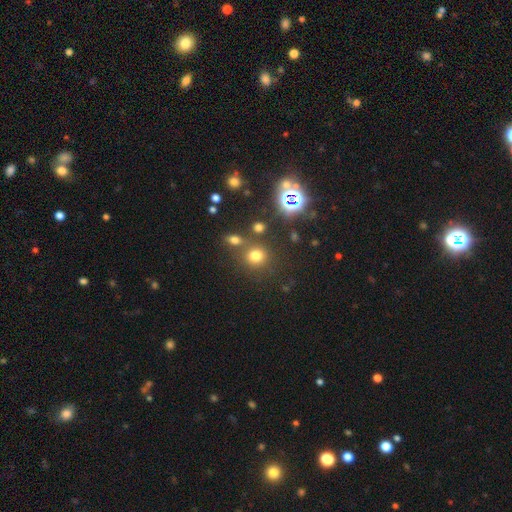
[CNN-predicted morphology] Q: Smooth or featured?
A: smooth (67%); runner-up: star or artifact (25%)
Q: How rounded?
A: round (84%); runner-up: in between (15%)
Q: Merging?
A: none (71%); runner-up: merger (15%)